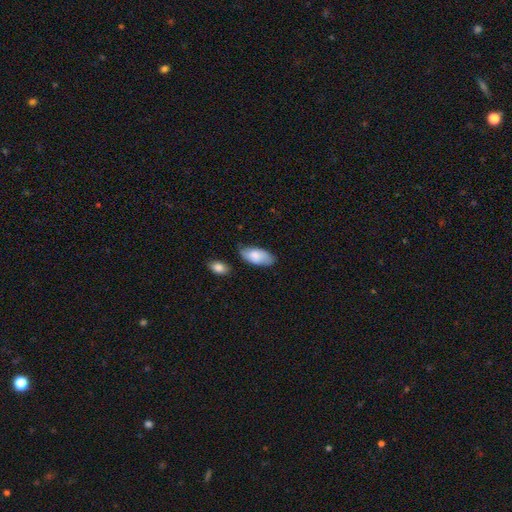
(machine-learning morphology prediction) Q: Smooth or featured?
A: smooth (81%); runner-up: featured or disk (13%)
Q: How rounded?
A: in between (93%); runner-up: cigar-shaped (5%)
Q: Merging?
A: none (69%); runner-up: minor disturbance (23%)